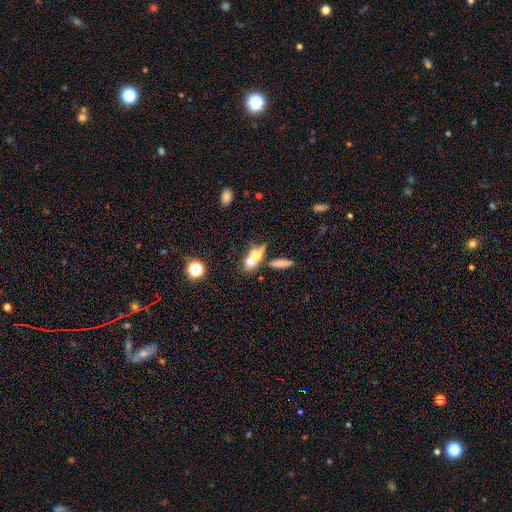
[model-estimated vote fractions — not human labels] A smooth galaxy with no disk features (62%) that is in between round and cigar-shaped (55%).

Vote fractions:
- Smooth or featured? smooth: 62% / featured or disk: 26% / star or artifact: 13%
- How rounded? in between: 55% / round: 35% / cigar-shaped: 10%
- Merging? merger: 60% / none: 25% / minor disturbance: 8% / major disturbance: 6%